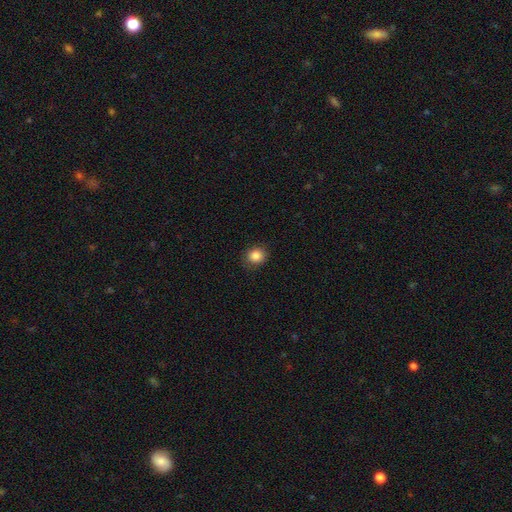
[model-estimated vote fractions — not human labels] This is clearly a smooth galaxy (85%). How rounded: likely round (79%). Merging: clearly none (86%).